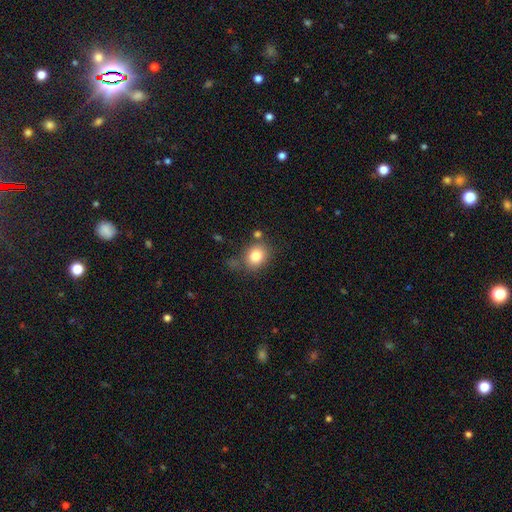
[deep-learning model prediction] Overall: smooth (80%). How rounded: round (60%; in between 39%). Merging: none (70%).